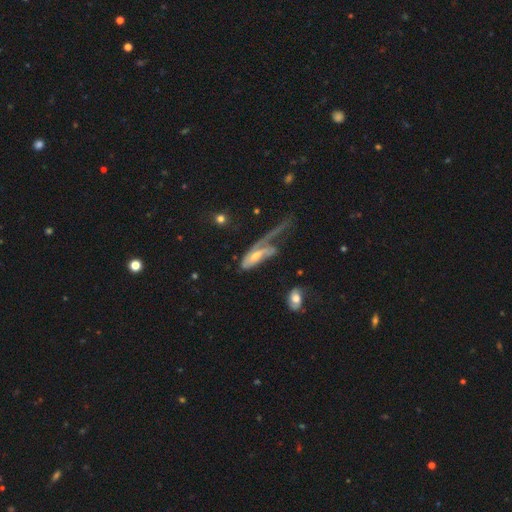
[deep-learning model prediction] A featured or disk galaxy (59%). Merging: major disturbance (52%).